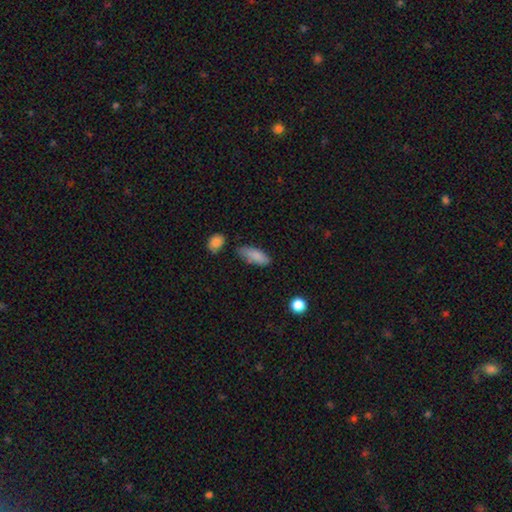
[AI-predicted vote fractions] smooth-or-featured: smooth: 85% | featured or disk: 8% | star or artifact: 7%
  how-rounded: in between: 77% | cigar-shaped: 20% | round: 2%
  merging: none: 67% | minor disturbance: 23% | major disturbance: 5% | merger: 5%